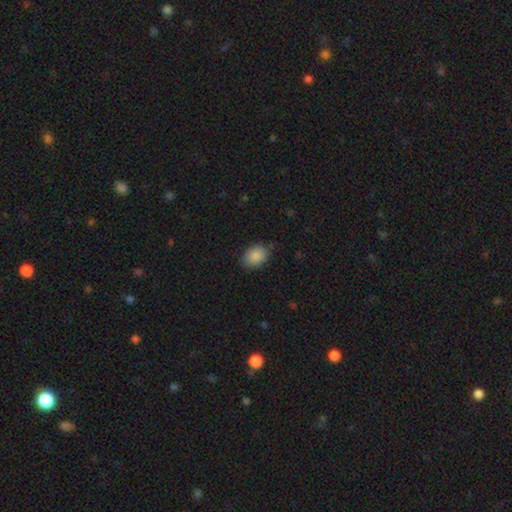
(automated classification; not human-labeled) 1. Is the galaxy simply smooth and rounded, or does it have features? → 88% smooth, 7% star or artifact, 5% featured or disk.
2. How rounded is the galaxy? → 76% in between, 23% round, 1% cigar-shaped.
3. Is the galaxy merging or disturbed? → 75% none, 20% minor disturbance, 4% major disturbance, 1% merger.